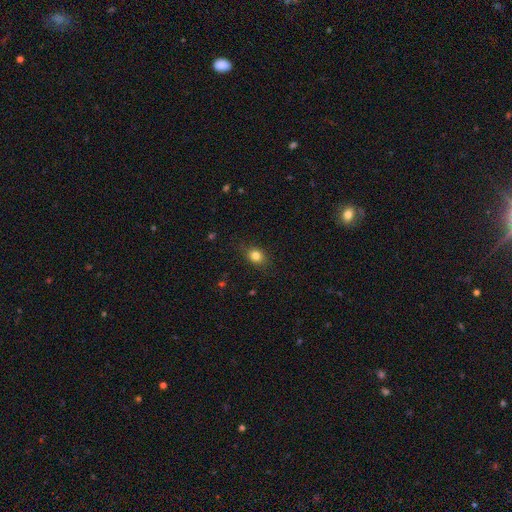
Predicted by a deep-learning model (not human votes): Morphology: type=smooth (83%); roundness=in between (50%); merging=none (83%).